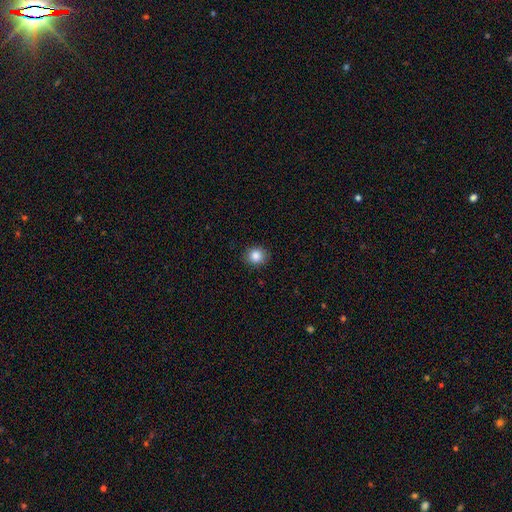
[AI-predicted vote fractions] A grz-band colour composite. It shows a smooth galaxy with no disk features (86%) that is round (82%). Merging: none (90%).